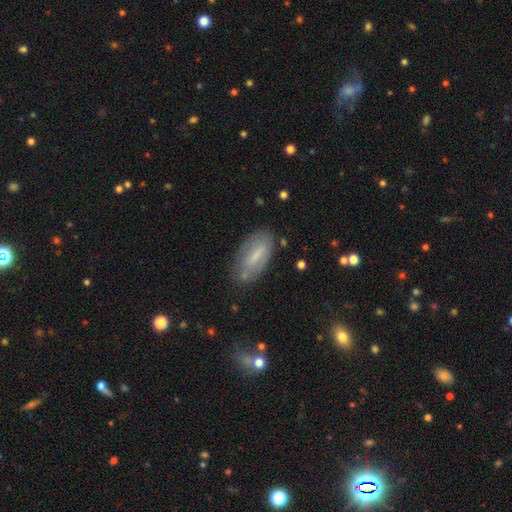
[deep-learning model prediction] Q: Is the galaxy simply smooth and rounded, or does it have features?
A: smooth — 58%.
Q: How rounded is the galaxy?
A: in between — 78%.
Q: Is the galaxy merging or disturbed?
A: none — 71%.